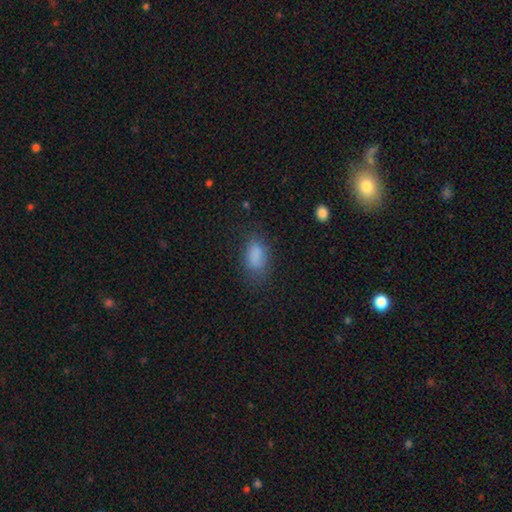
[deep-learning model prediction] smooth_or_featured: smooth (p=0.83) [alt: star or artifact p=0.10]
how_rounded: in between (p=0.88) [alt: round p=0.08]
merging: none (p=0.69) [alt: minor disturbance p=0.20]